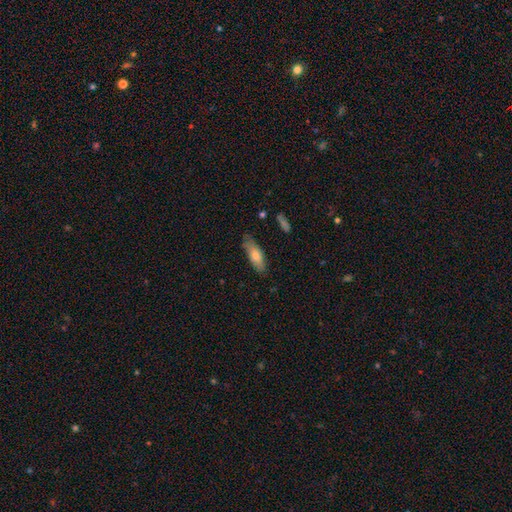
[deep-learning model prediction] A smooth galaxy with no disk features (75%) that is in between round and cigar-shaped (60%). Merging: none (71%).